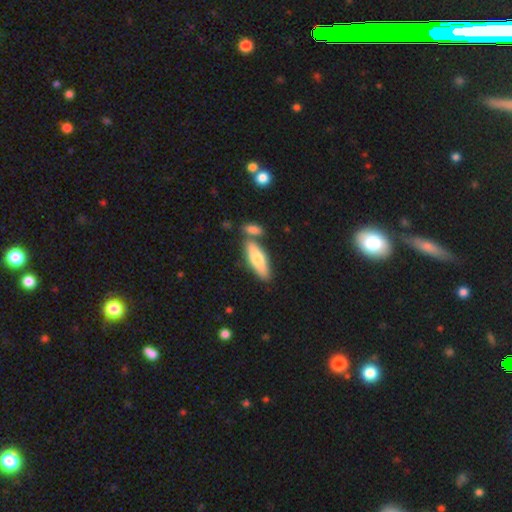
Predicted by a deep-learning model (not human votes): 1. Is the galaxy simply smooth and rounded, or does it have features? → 60% smooth, 34% featured or disk, 6% star or artifact.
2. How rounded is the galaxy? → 50% cigar-shaped, 47% in between, 2% round.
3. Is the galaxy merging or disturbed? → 72% none, 14% merger, 12% minor disturbance, 3% major disturbance.